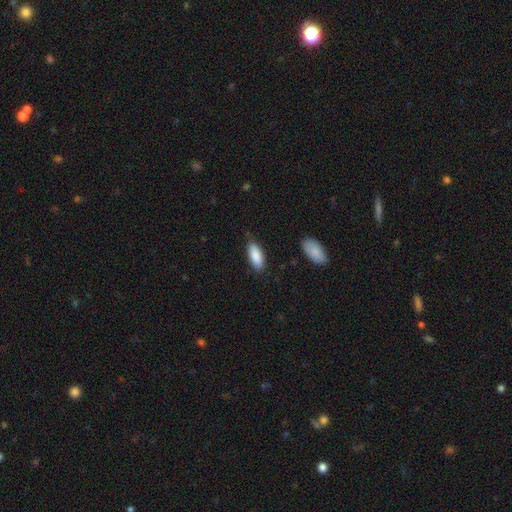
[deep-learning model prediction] Morphology: type=smooth (88%); roundness=in between (79%); merging=none (80%).